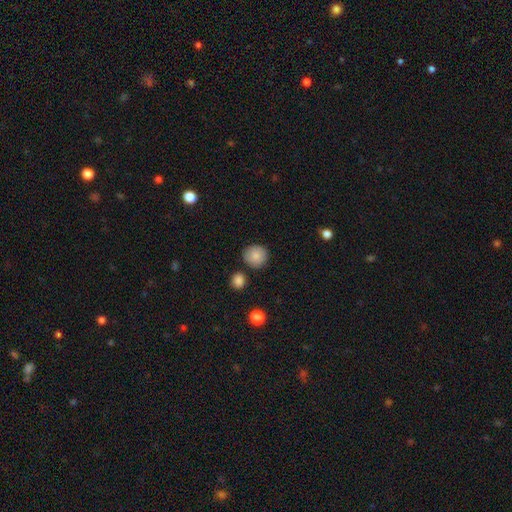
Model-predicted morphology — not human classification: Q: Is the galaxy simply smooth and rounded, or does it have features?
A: smooth — 84%.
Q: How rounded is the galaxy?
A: round — 90%.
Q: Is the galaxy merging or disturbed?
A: none — 84%.